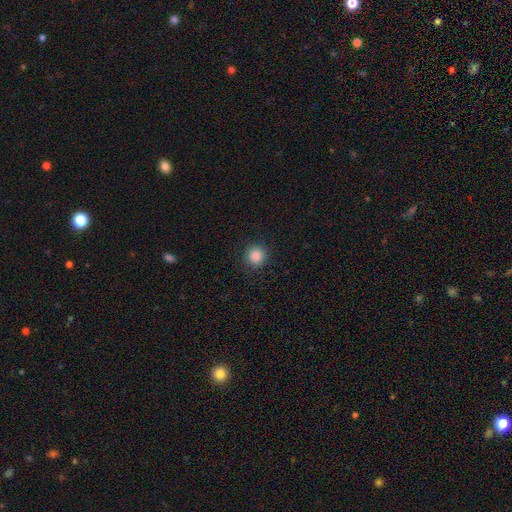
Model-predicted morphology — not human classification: Q: Smooth or featured?
A: smooth (87%); runner-up: star or artifact (10%)
Q: How rounded?
A: round (93%); runner-up: in between (6%)
Q: Merging?
A: none (91%); runner-up: minor disturbance (6%)